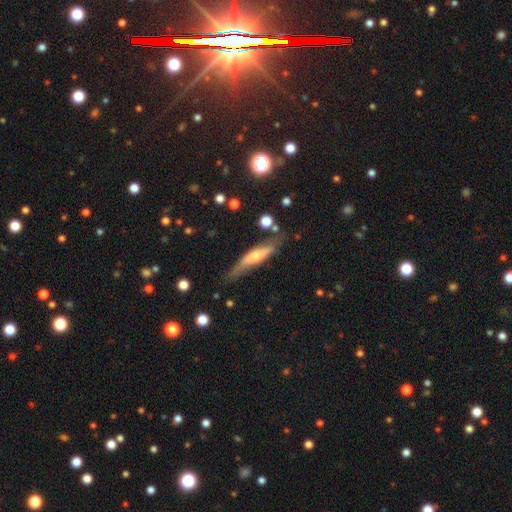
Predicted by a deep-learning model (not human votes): Smooth or featured? Predicted: featured or disk (p=0.54). Edge-on disk? Predicted: yes (p=0.82). Merging? Predicted: none (p=0.67).